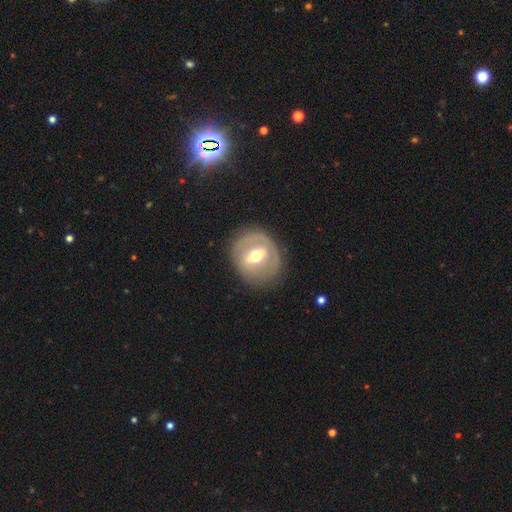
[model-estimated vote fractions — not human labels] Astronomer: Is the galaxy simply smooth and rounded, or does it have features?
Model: featured or disk — 63%.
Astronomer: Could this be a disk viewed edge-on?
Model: no — 90%.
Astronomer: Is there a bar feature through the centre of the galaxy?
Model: strong — 45% (runner-up: weak, 38%).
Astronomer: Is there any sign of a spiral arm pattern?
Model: no — 72%.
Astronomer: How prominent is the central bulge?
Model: moderate — 72%.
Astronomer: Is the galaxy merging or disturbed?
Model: none — 78%.